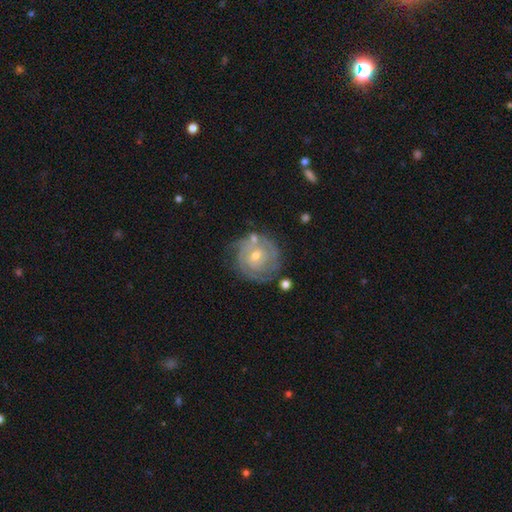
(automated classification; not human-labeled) Smooth or featured? featured or disk (83%)
Edge-on disk? no (98%)
Bar? no (62%)
Spiral arms? yes (94%)
Spiral winding? tight (79%)
Spiral arm count? can't tell (34%)
Bulge size? small (56%)
Merging? none (72%)